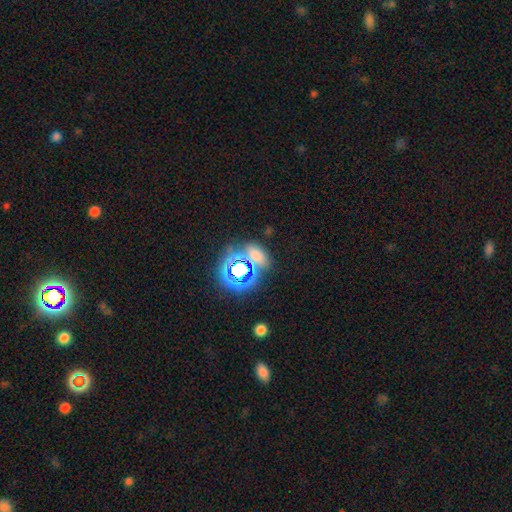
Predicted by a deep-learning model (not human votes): smooth-or-featured: smooth: 49% | star or artifact: 42% | featured or disk: 9%
  merging: none: 64% | merger: 16% | minor disturbance: 14% | major disturbance: 7%